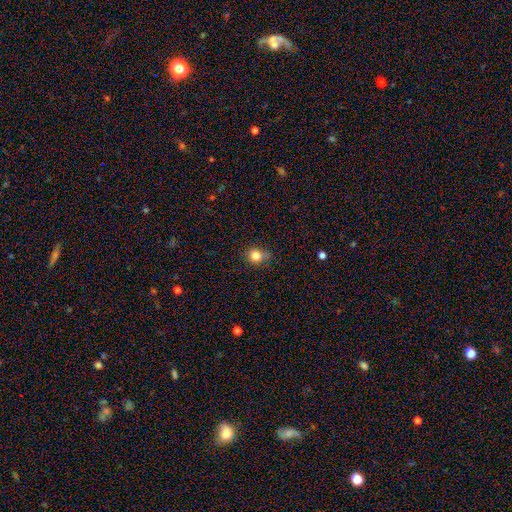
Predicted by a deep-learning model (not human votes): A smooth galaxy with no disk features (82%) that is round (75%). Merging: none (70%).